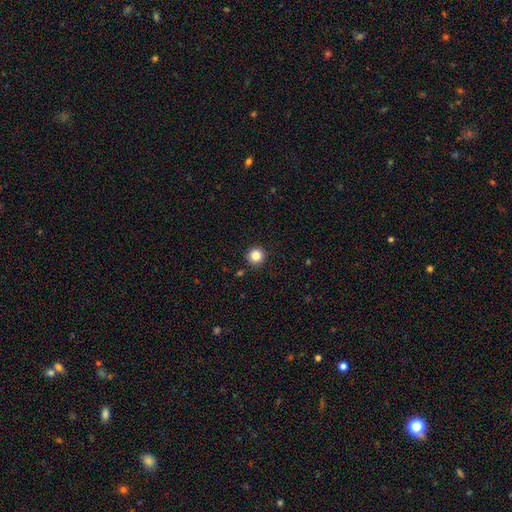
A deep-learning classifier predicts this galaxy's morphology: Smooth or featured: smooth — 85% (star or artifact — 11%)
How rounded: round — 96% (in between — 3%)
Merging: none — 92% (minor disturbance — 5%)